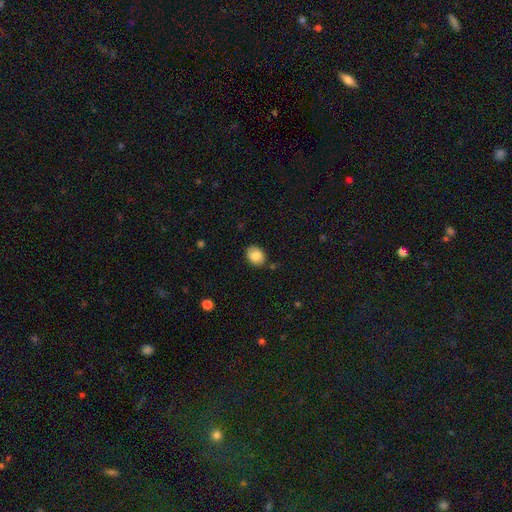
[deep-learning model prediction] This appears to be a smooth galaxy with no disk features (80%) that is in between round and cigar-shaped (51%). Merging: none (82%).